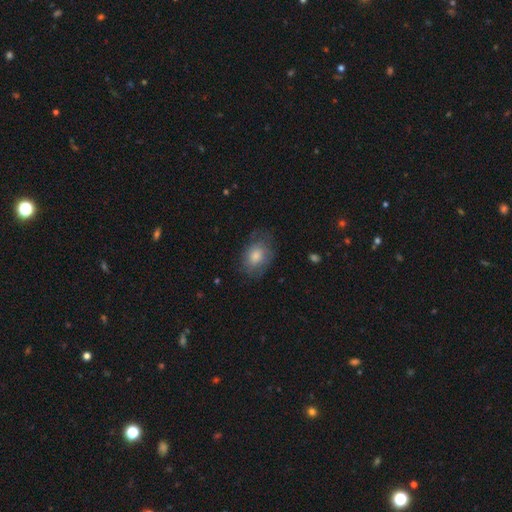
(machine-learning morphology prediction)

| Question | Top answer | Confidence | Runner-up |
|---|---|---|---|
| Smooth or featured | smooth | 66% | featured or disk (24%) |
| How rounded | in between | 71% | round (28%) |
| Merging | none | 68% | minor disturbance (21%) |